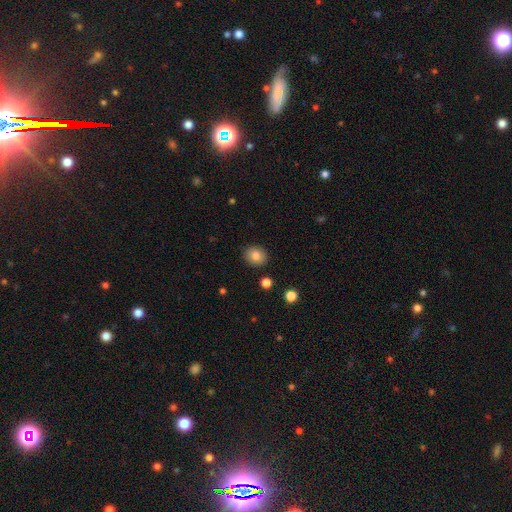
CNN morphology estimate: type=smooth (83%); roundness=round (62%); merging=none (89%).